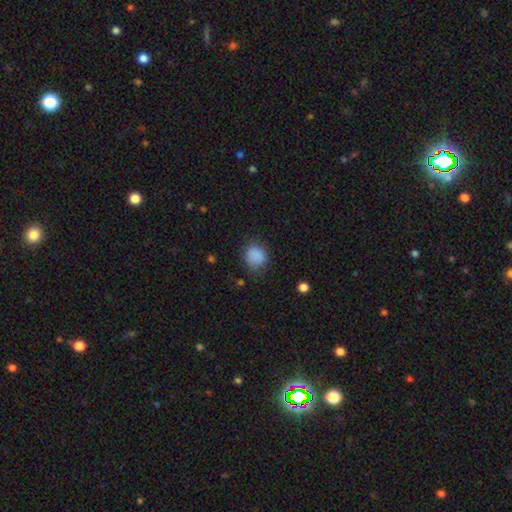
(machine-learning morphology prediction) type=smooth (86%); roundness=round (73%); merging=none (76%).